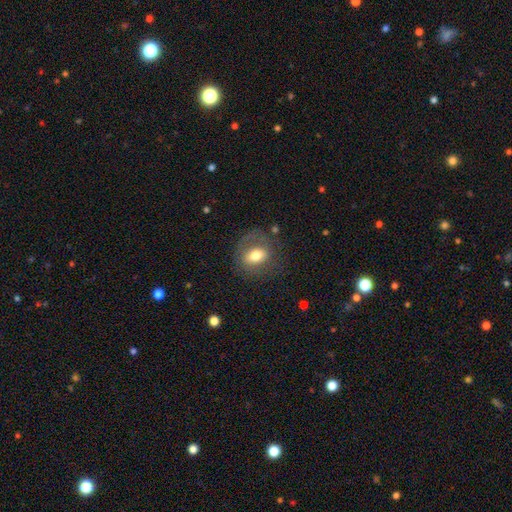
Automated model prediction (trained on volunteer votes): smooth-or-featured: smooth: 58% | featured or disk: 33% | star or artifact: 8%
  how-rounded: in between: 54% | round: 44% | cigar-shaped: 2%
  merging: none: 68% | minor disturbance: 18% | major disturbance: 13% | merger: 2%